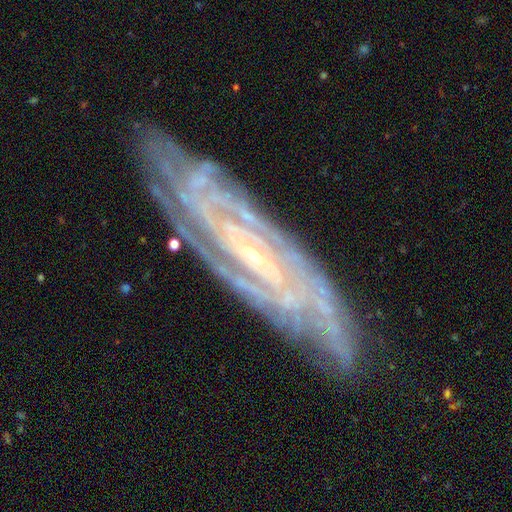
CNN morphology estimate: The model was most divided on "bar": weak: 36%, no: 34%, strong: 30%. Remaining: spiral arms — yes (97%); smooth or featured — featured or disk (89%); edge-on disk — no (84%); bulge size — small (81%); merging — none (80%); spiral winding — tight (71%); spiral arm count — can't tell (26%).